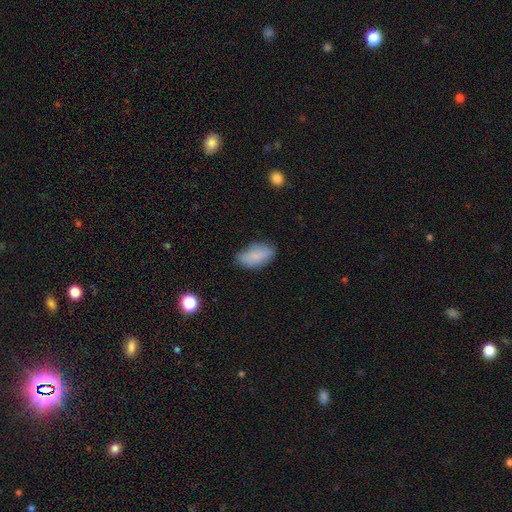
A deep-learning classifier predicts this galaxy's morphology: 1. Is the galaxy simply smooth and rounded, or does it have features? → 82% smooth, 10% featured or disk, 8% star or artifact.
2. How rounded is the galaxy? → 92% in between, 4% cigar-shaped, 3% round.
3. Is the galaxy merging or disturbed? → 66% none, 26% minor disturbance, 6% major disturbance, 2% merger.